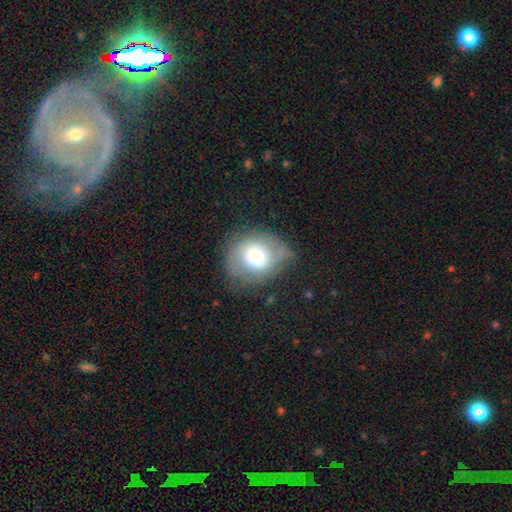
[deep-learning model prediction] Smooth or featured? Predicted: smooth (p=0.54). How rounded? Predicted: round (p=0.69). Merging? Predicted: none (p=0.57).